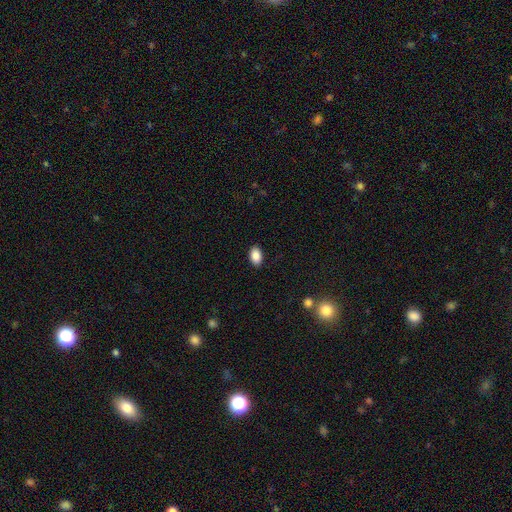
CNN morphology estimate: smooth 88%, star or artifact 8%, featured or disk 4%. Down the decision tree: how rounded — in between (90%); merging — none (89%).